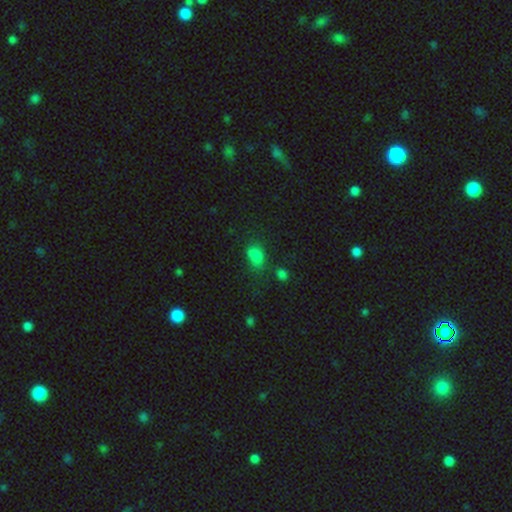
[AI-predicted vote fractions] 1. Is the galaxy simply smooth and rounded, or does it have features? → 79% smooth, 15% star or artifact, 7% featured or disk.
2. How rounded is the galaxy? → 79% in between, 18% round, 3% cigar-shaped.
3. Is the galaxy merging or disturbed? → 52% none, 26% minor disturbance, 12% major disturbance, 9% merger.